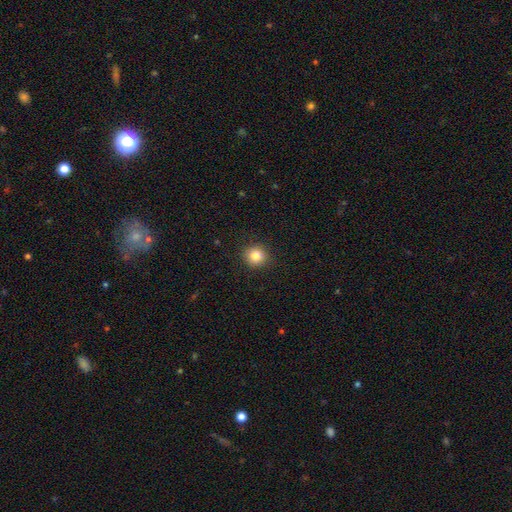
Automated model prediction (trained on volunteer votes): Smooth or featured? Predicted: smooth (p=0.84). How rounded? Predicted: round (p=0.89). Merging? Predicted: none (p=0.90).